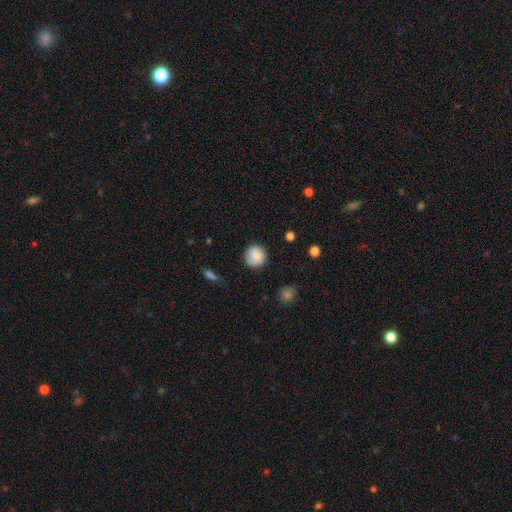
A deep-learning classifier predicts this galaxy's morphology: Smooth or featured?
  - smooth: 86% *
  - star or artifact: 8%
  - featured or disk: 6%
How rounded?
  - round: 93% *
  - in between: 6%
  - cigar-shaped: 1%
Merging?
  - none: 85% *
  - minor disturbance: 11%
  - major disturbance: 3%
  - merger: 1%